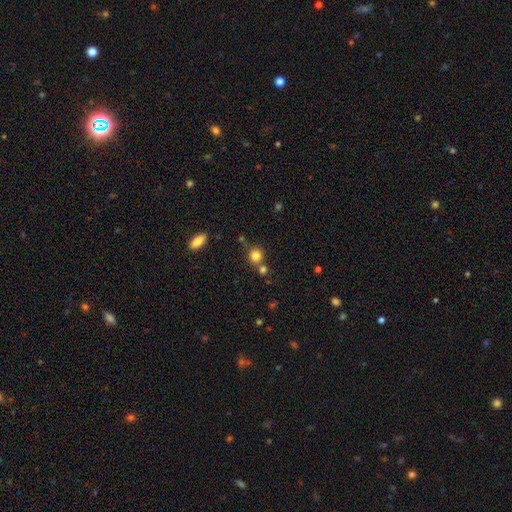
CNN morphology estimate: Smooth or featured?
  - smooth: 81% *
  - star or artifact: 12%
  - featured or disk: 7%
How rounded?
  - round: 88% *
  - in between: 11%
  - cigar-shaped: 1%
Merging?
  - none: 64% *
  - merger: 23%
  - minor disturbance: 10%
  - major disturbance: 3%